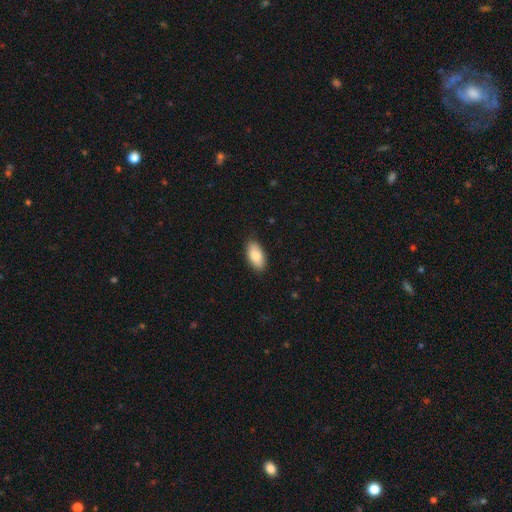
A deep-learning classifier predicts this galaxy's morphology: This is clearly a smooth galaxy (84%). How rounded: clearly in between (92%). Merging: clearly none (87%).